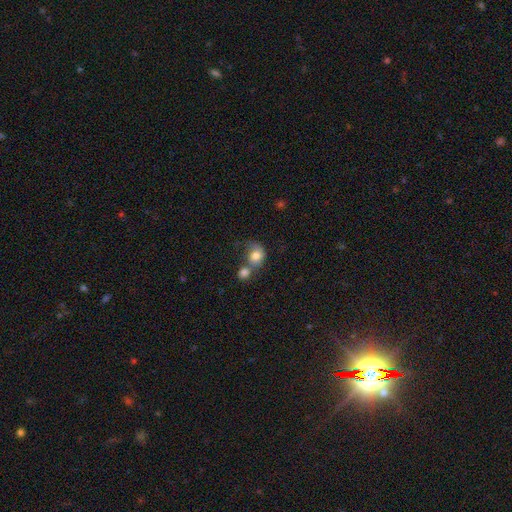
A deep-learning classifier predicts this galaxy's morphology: Q: Smooth or featured?
A: smooth (76%); runner-up: featured or disk (16%)
Q: How rounded?
A: round (62%); runner-up: in between (36%)
Q: Merging?
A: merger (57%); runner-up: none (22%)